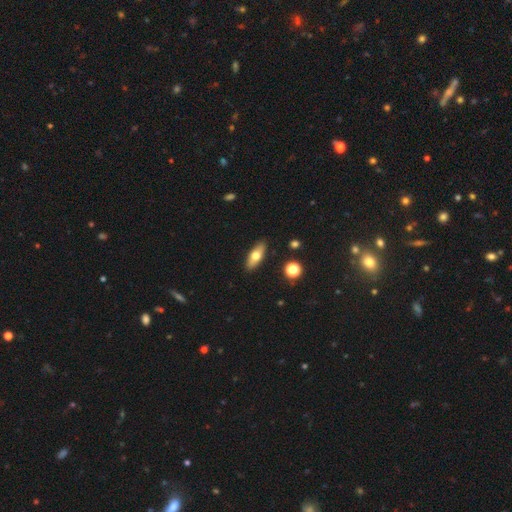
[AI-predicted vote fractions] Smooth or featured? Predicted: smooth (p=0.61). How rounded? Predicted: in between (p=0.66). Merging? Predicted: none (p=0.89).